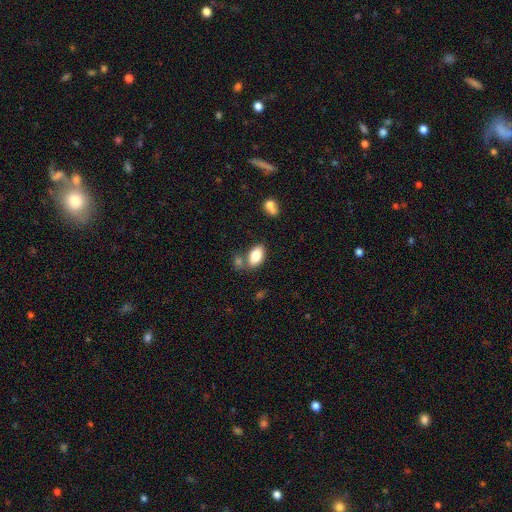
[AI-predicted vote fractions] A smooth galaxy with no disk features (83%) that is in between round and cigar-shaped (93%). Merging: none (62%).